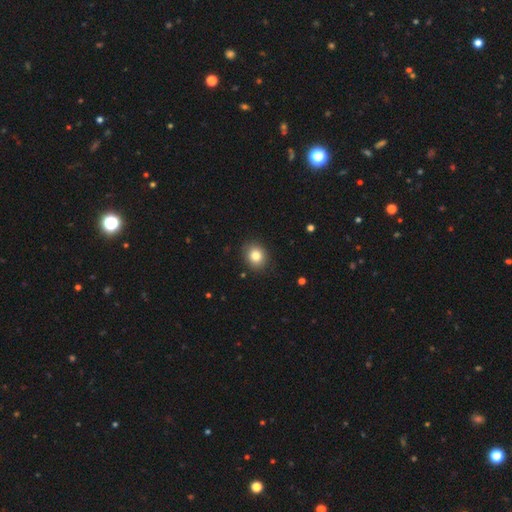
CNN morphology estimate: The model was most divided on "how rounded": round: 65%, in between: 34%, cigar-shaped: 1%. More confident: merging — none (88%); smooth or featured — smooth (82%).